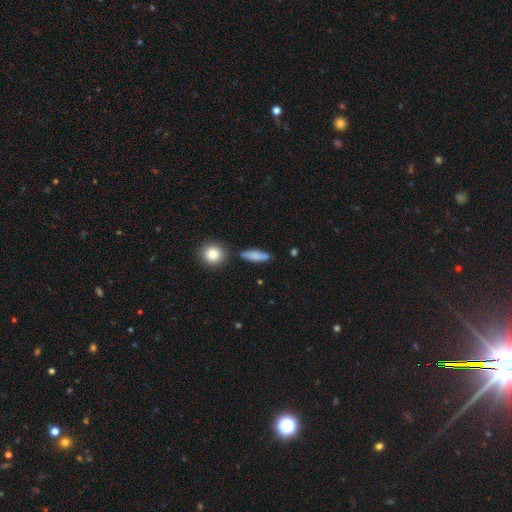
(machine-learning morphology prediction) Smooth or featured? Predicted: smooth (p=0.80). How rounded? Predicted: cigar-shaped (p=0.55). Merging? Predicted: none (p=0.79).